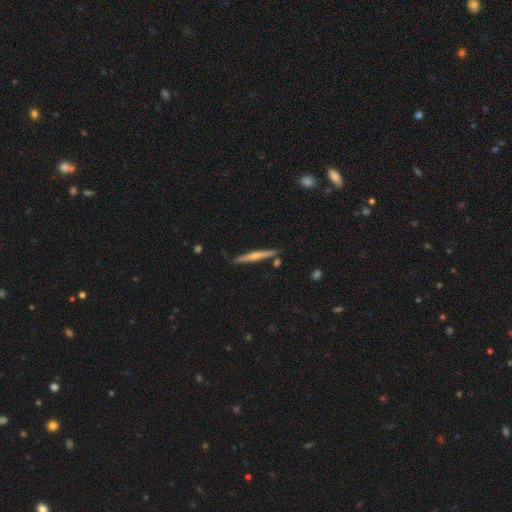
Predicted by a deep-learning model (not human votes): Morphology: type=featured or disk (55%); edge-on=yes (97%); edge-on bulge=rounded (60%); merging=none (87%).